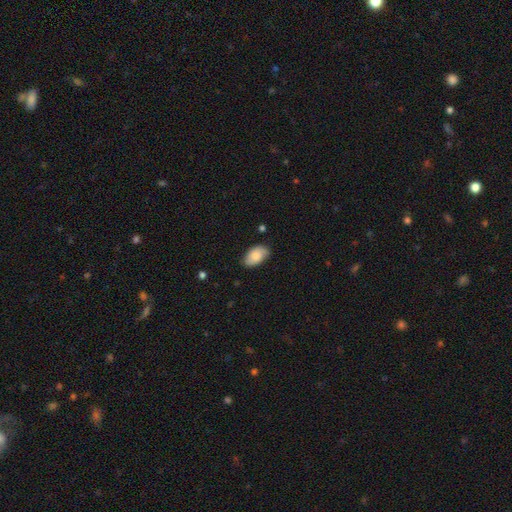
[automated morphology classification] Smooth or featured? Predicted: smooth (p=0.79). How rounded? Predicted: in between (p=0.94). Merging? Predicted: none (p=0.76).